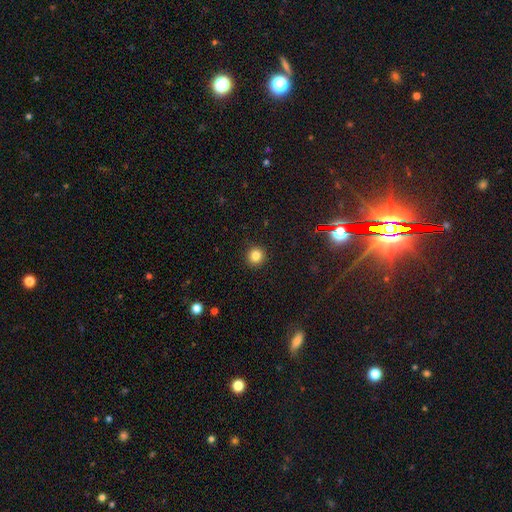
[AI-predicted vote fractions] smooth 83%, star or artifact 13%, featured or disk 5%. Down the decision tree: how rounded — round (93%); merging — none (92%).